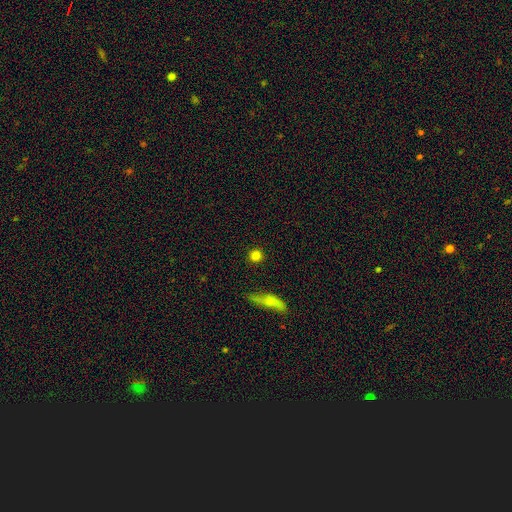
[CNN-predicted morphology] Smooth or featured?
  - smooth: 83% *
  - star or artifact: 10%
  - featured or disk: 7%
How rounded?
  - round: 92% *
  - in between: 6%
  - cigar-shaped: 2%
Merging?
  - none: 90% *
  - minor disturbance: 6%
  - major disturbance: 2%
  - merger: 2%